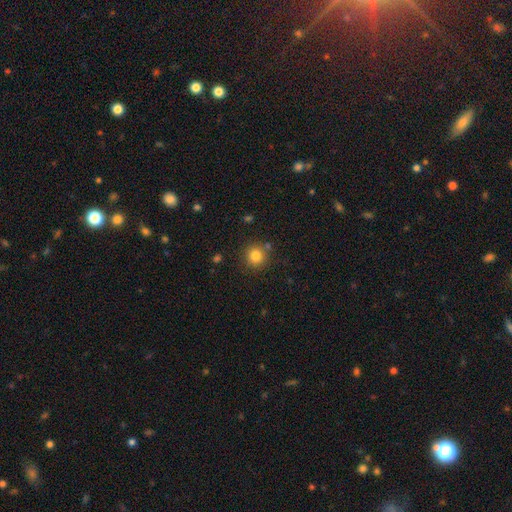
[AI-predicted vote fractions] Smooth or featured: smooth — 82% (star or artifact — 12%)
How rounded: round — 94% (in between — 6%)
Merging: none — 84% (minor disturbance — 8%)